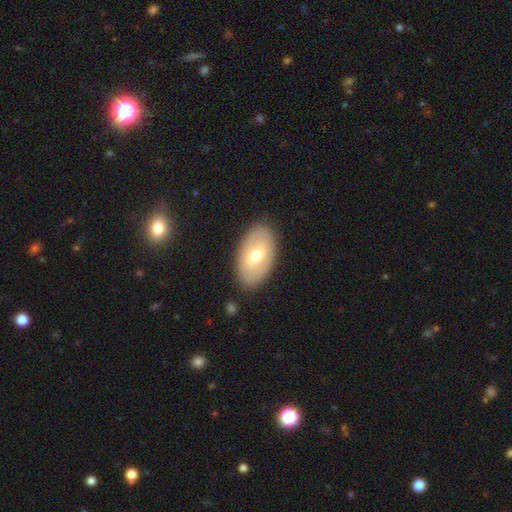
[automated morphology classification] The model was most divided on "smooth or featured": smooth: 55%, featured or disk: 39%, star or artifact: 6%. More confident: how rounded — in between (93%); merging — none (86%).